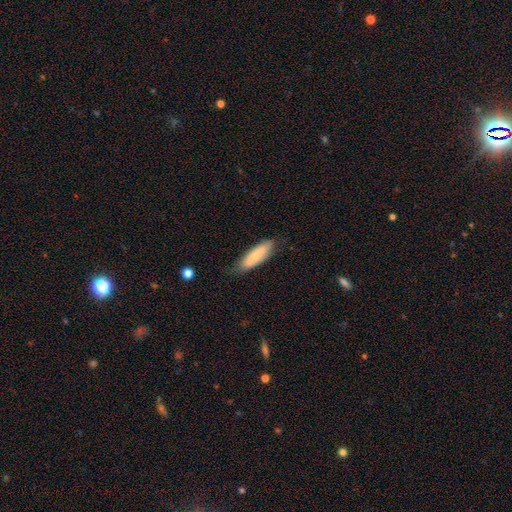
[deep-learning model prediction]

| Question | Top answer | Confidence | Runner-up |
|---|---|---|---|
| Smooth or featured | smooth | 75% | featured or disk (19%) |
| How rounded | cigar-shaped | 53% | in between (45%) |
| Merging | none | 73% | minor disturbance (22%) |